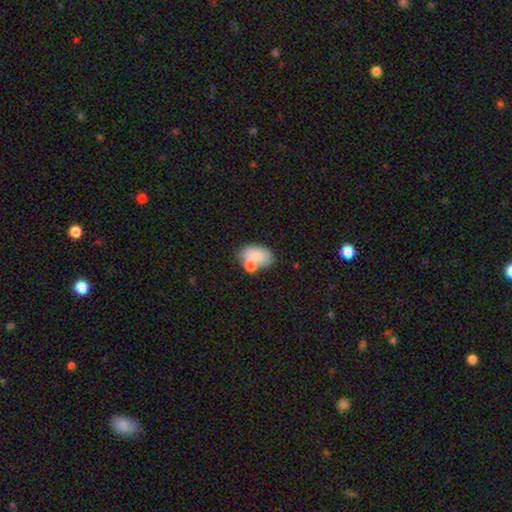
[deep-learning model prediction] smooth 76%, featured or disk 17%, star or artifact 8%. Down the decision tree: how rounded — in between (87%); merging — merger (39%).